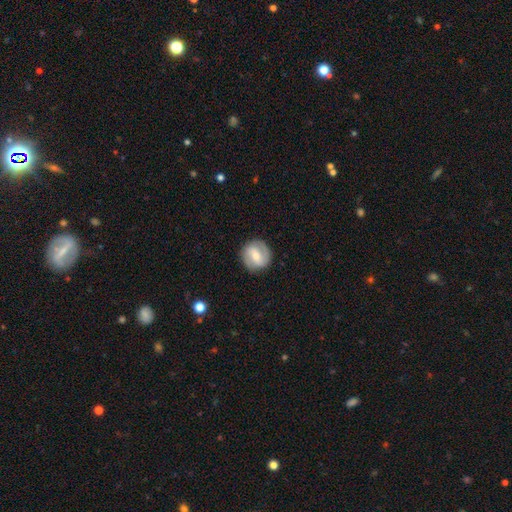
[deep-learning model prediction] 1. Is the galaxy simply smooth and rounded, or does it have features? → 60% featured or disk, 34% smooth, 6% star or artifact.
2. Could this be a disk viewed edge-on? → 97% no, 3% yes.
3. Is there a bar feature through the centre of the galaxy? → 45% weak, 30% strong, 25% no.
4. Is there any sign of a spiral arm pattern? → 78% yes, 22% no.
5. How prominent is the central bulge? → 51% moderate, 45% small, 2% large, 1% none, 1% dominant.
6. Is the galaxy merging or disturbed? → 86% none, 10% minor disturbance, 3% major disturbance, 1% merger.